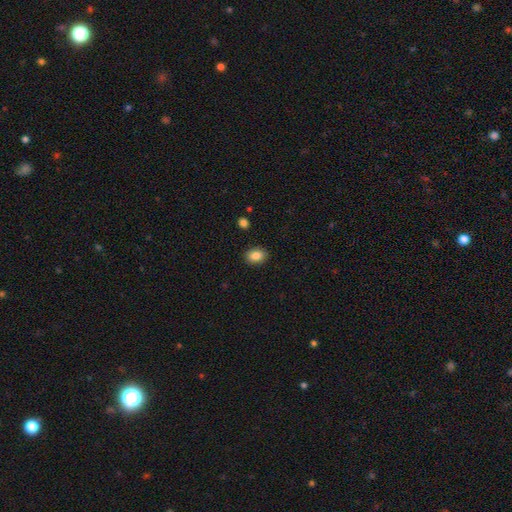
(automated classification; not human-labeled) This appears to be a smooth galaxy with no disk features (85%) that is in between round and cigar-shaped (71%). Merging: none (89%).